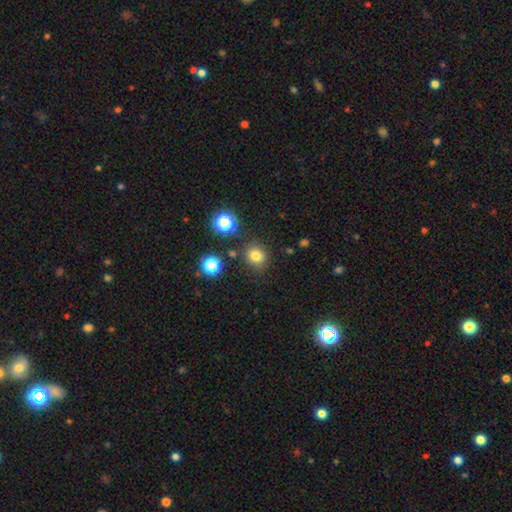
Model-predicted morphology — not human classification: This appears to be a smooth galaxy with no disk features (78%) that is round (79%). Merging: none (81%).